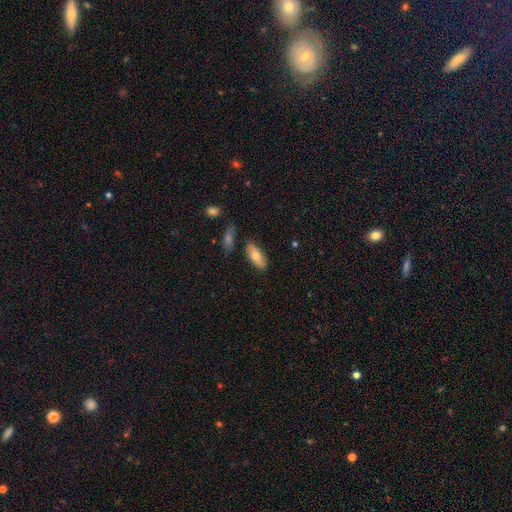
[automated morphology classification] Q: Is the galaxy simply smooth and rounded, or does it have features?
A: smooth — 72%.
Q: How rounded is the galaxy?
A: in between — 84%.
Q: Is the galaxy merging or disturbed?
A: none — 81%.